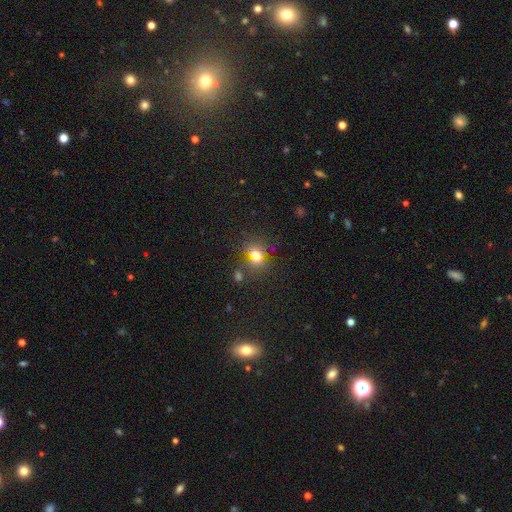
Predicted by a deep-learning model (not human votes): Smooth or featured? smooth (61%)
How rounded? round (57%)
Merging? none (70%)